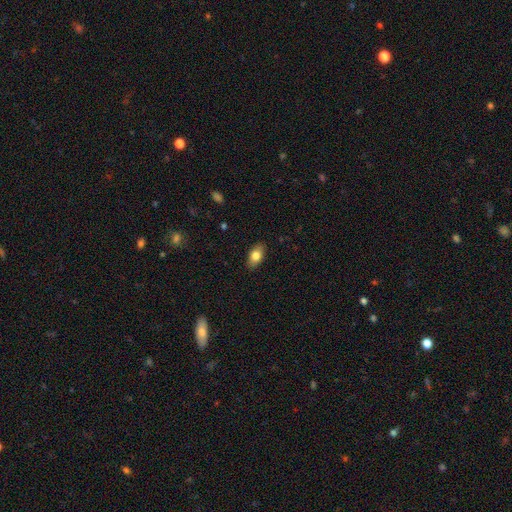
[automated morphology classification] Smooth or featured?
  - smooth: 80% *
  - featured or disk: 13%
  - star or artifact: 7%
How rounded?
  - in between: 89% *
  - round: 7%
  - cigar-shaped: 5%
Merging?
  - none: 87% *
  - minor disturbance: 10%
  - major disturbance: 2%
  - merger: 1%